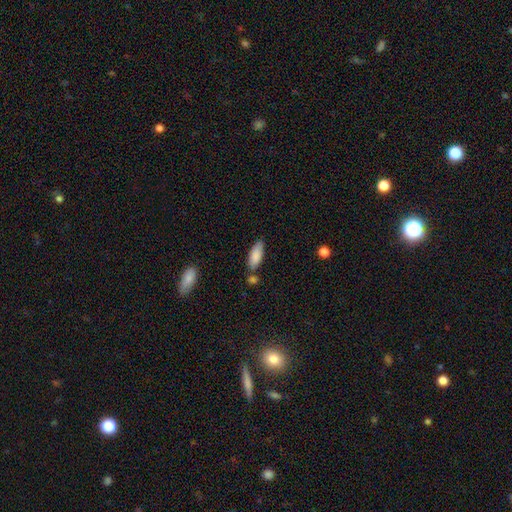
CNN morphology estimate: The model was most divided on "how rounded": in between: 73%, cigar-shaped: 25%, round: 2%. More confident: smooth or featured — smooth (86%); merging — none (68%).